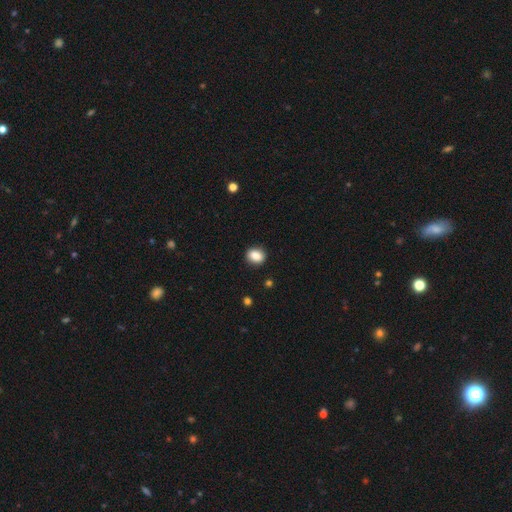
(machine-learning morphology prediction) A smooth galaxy with no disk features (86%) that is in between round and cigar-shaped (52%). Merging: none (88%).